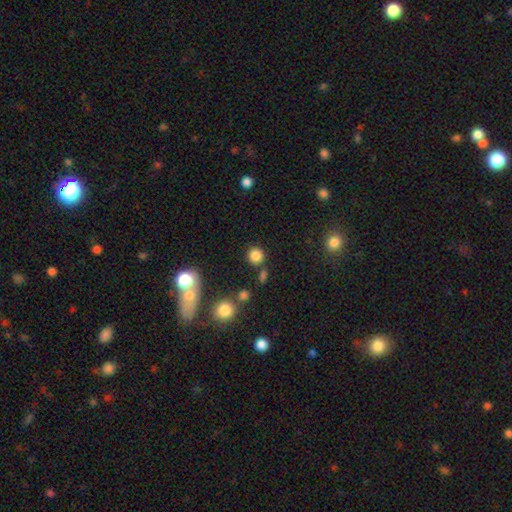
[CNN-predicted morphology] smooth 82%, star or artifact 13%, featured or disk 5%. Down the decision tree: how rounded — round (91%); merging — none (82%).